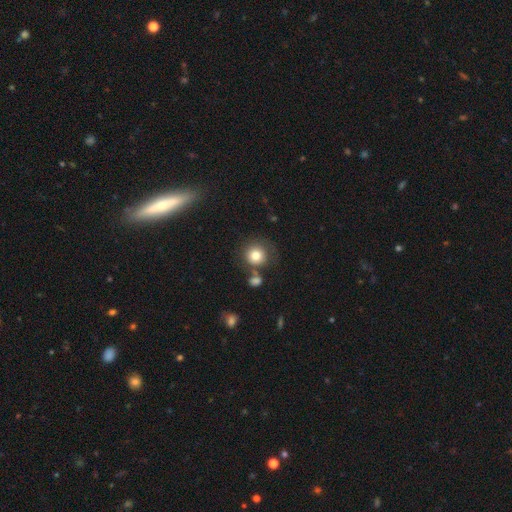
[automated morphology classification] Smooth or featured? Predicted: smooth (p=0.80). How rounded? Predicted: round (p=0.90). Merging? Predicted: none (p=0.65).